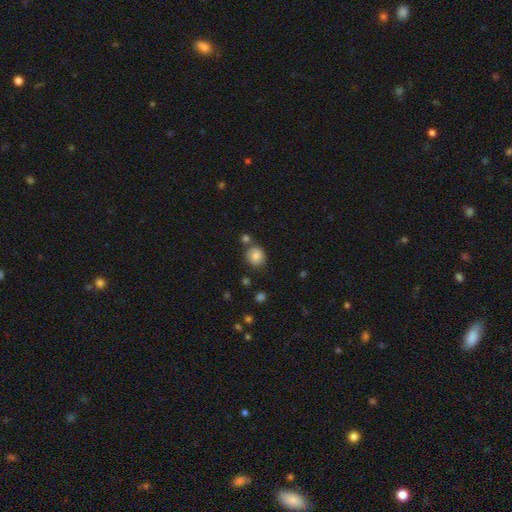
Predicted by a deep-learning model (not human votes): smooth-or-featured: smooth: 83% | star or artifact: 9% | featured or disk: 8%
  how-rounded: round: 77% | in between: 22% | cigar-shaped: 1%
  merging: none: 70% | minor disturbance: 14% | merger: 11% | major disturbance: 4%